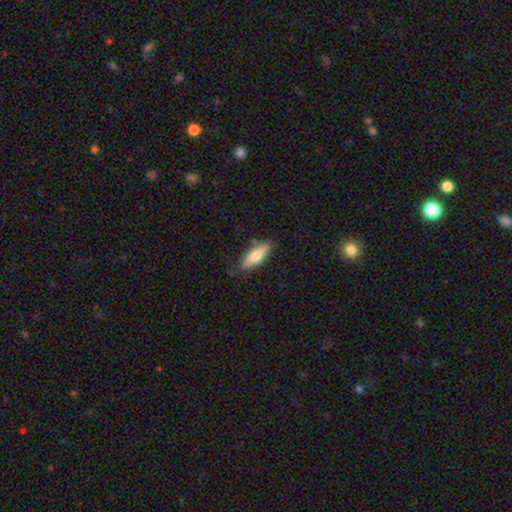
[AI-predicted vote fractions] Overall: smooth (74%). How rounded: in between (55%; cigar-shaped 43%). Merging: none (80%).